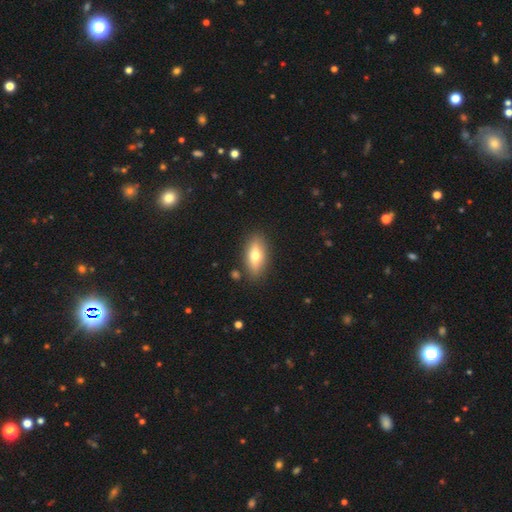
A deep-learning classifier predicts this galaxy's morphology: smooth_or_featured: smooth (p=0.63) [alt: featured or disk p=0.30]
how_rounded: in between (p=0.77) [alt: cigar-shaped p=0.19]
merging: none (p=0.85) [alt: minor disturbance p=0.10]